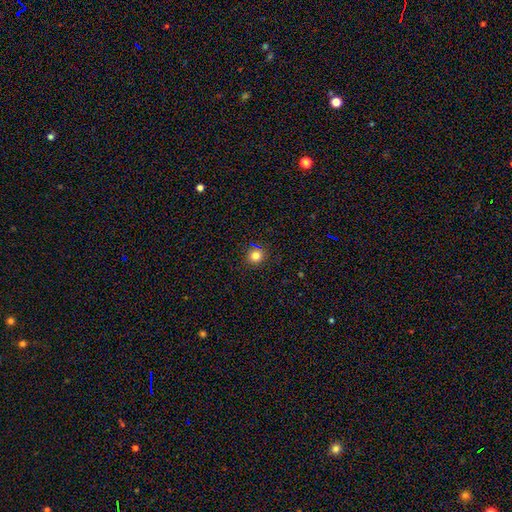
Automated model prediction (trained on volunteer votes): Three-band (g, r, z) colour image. It shows a smooth galaxy with no disk features (79%) that is round (91%). Merging: none (90%).